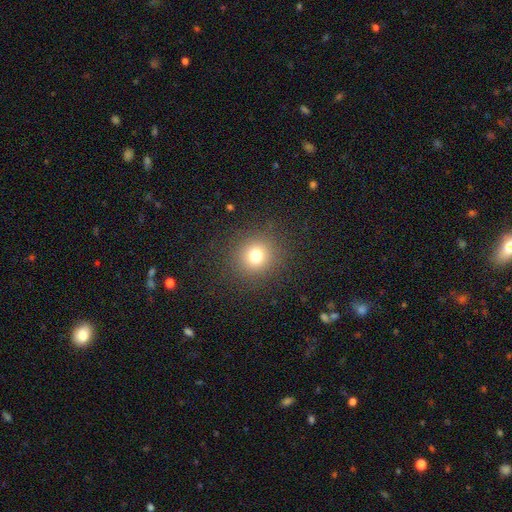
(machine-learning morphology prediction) The model was most divided on "smooth or featured": smooth: 76%, star or artifact: 16%, featured or disk: 8%. More confident: how rounded — round (90%); merging — none (88%).